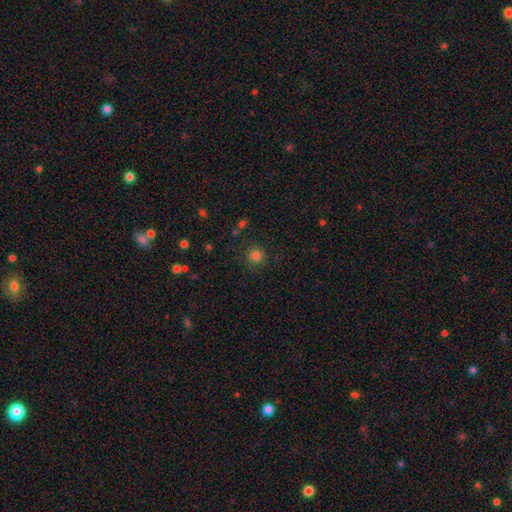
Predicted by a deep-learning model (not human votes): smooth_or_featured: smooth (p=0.81) [alt: star or artifact p=0.14]
how_rounded: round (p=0.94) [alt: in between p=0.05]
merging: none (p=0.89) [alt: minor disturbance p=0.07]